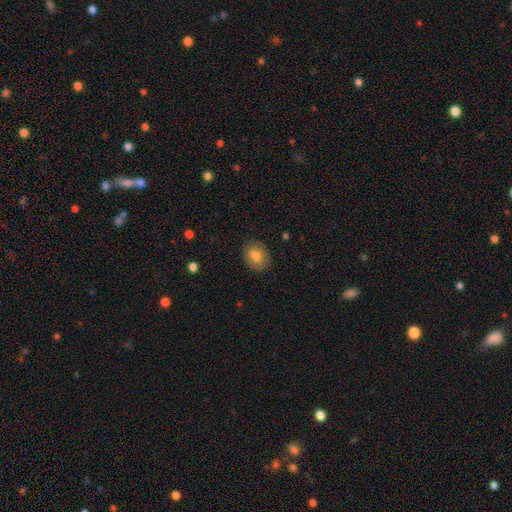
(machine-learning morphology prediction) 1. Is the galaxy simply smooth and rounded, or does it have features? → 77% smooth, 15% featured or disk, 8% star or artifact.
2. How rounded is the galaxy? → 58% in between, 40% round, 1% cigar-shaped.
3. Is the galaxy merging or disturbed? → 81% none, 14% minor disturbance, 4% major disturbance, 1% merger.